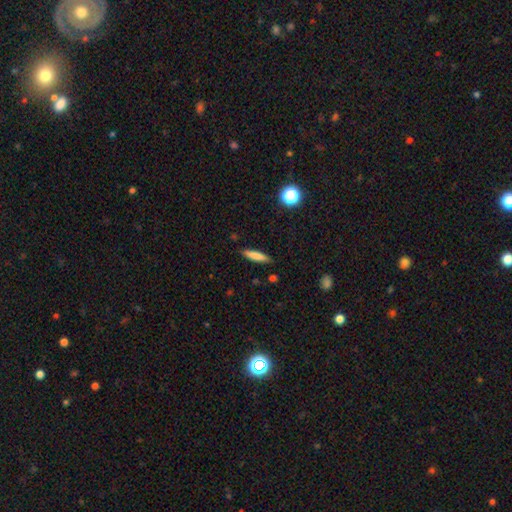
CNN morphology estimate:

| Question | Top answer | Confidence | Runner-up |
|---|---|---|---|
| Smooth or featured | smooth | 79% | featured or disk (14%) |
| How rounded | cigar-shaped | 81% | in between (17%) |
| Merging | none | 86% | minor disturbance (10%) |